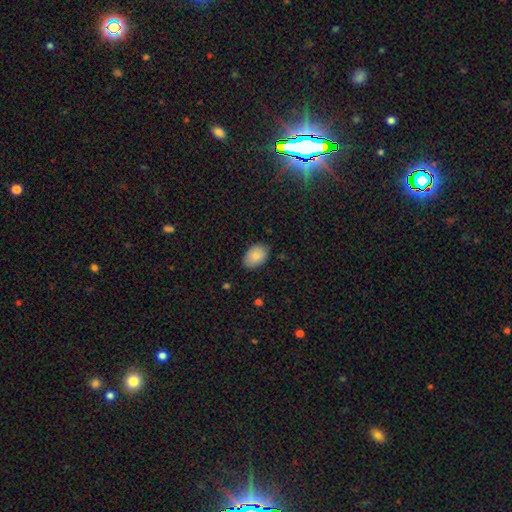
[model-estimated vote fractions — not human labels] smooth 86%, featured or disk 7%, star or artifact 7%. Down the decision tree: how rounded — in between (85%); merging — none (83%).